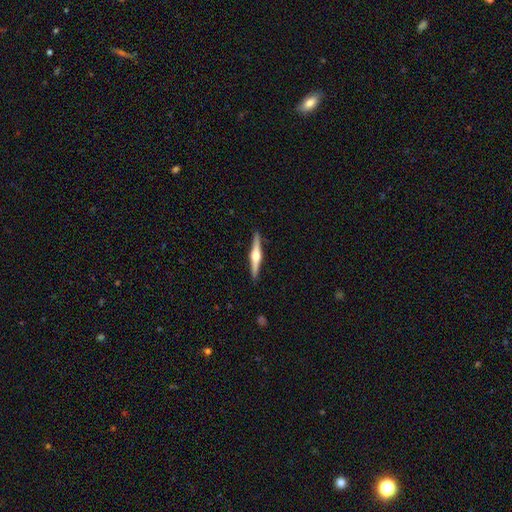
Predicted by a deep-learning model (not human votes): smooth-or-featured: featured or disk: 76% | smooth: 19% | star or artifact: 5%
  disk-edge-on: yes: 98% | no: 2%
    edge-on-bulge: rounded: 90% | boxy: 7% | none: 2%
  merging: none: 91% | minor disturbance: 6% | major disturbance: 1% | merger: 1%